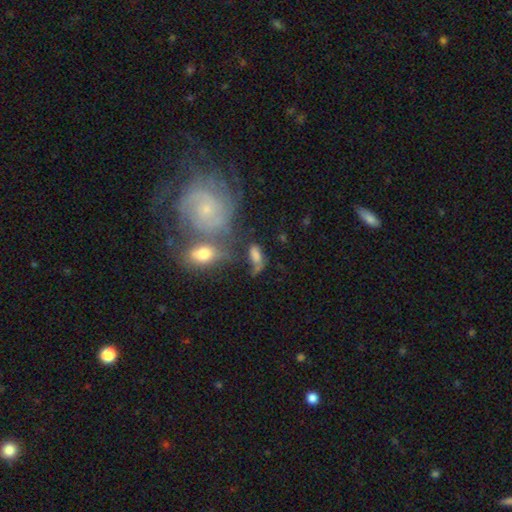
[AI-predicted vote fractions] Overall: smooth (64%; featured or disk 24%). How rounded: in between (82%). Merging: none (35%; minor disturbance 24%).